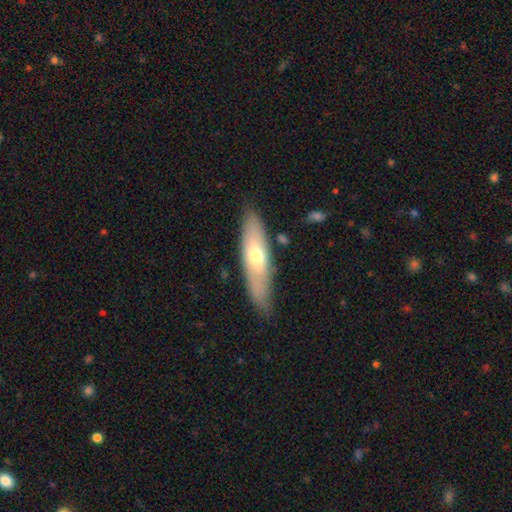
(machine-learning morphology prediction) Smooth or featured? Predicted: smooth (p=0.55). How rounded? Predicted: cigar-shaped (p=0.62). Merging? Predicted: none (p=0.78).